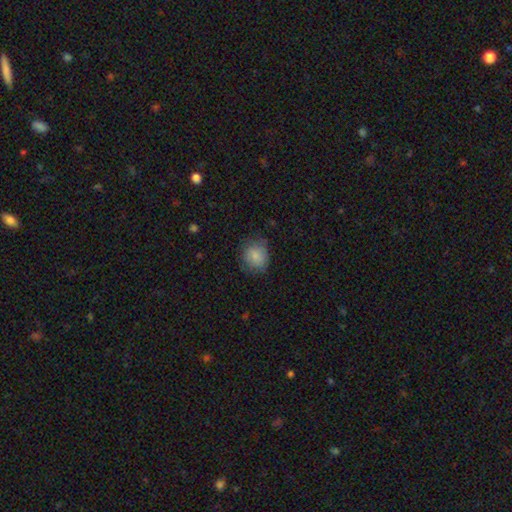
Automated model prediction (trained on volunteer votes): Overall: smooth (82%). How rounded: round (77%). Merging: none (71%).